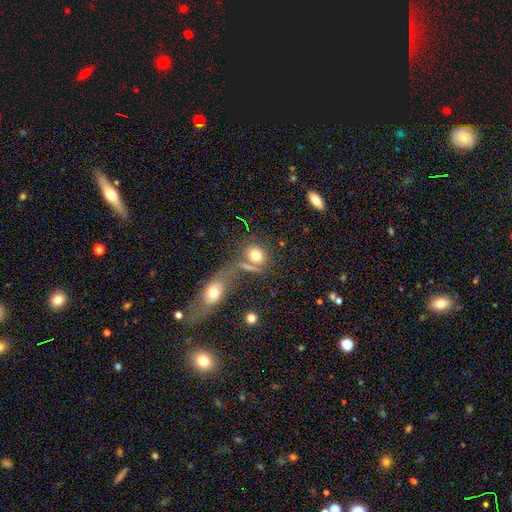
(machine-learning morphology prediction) Smooth or featured? Predicted: smooth (p=0.73). How rounded? Predicted: round (p=0.50). Merging? Predicted: none (p=0.46).